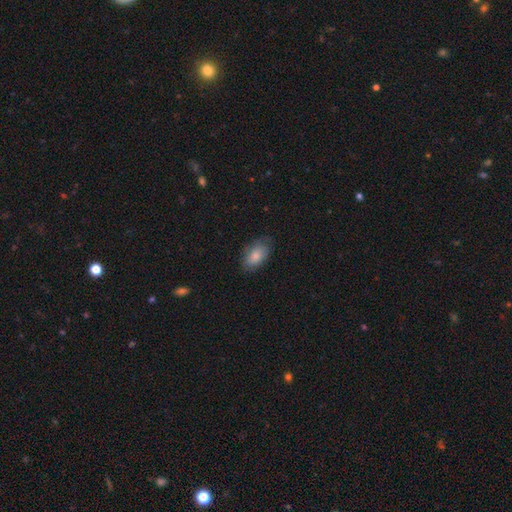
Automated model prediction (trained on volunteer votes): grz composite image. It shows a smooth galaxy with no disk features (80%) that is in between round and cigar-shaped (92%). Merging: none (75%).